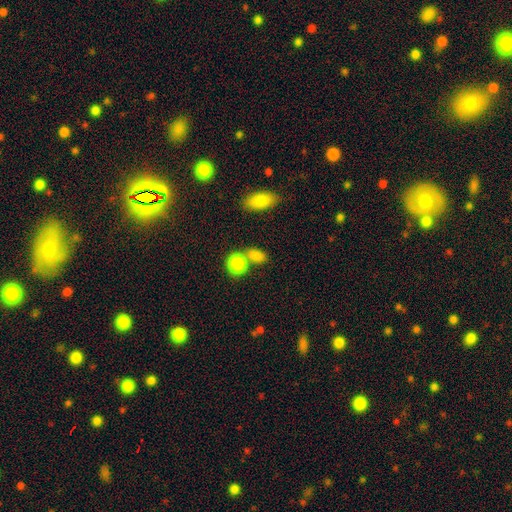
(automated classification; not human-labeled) Smooth or featured?
  - smooth: 84% *
  - star or artifact: 11%
  - featured or disk: 6%
How rounded?
  - in between: 59% *
  - round: 39%
  - cigar-shaped: 3%
Merging?
  - none: 52% *
  - merger: 32%
  - minor disturbance: 11%
  - major disturbance: 5%